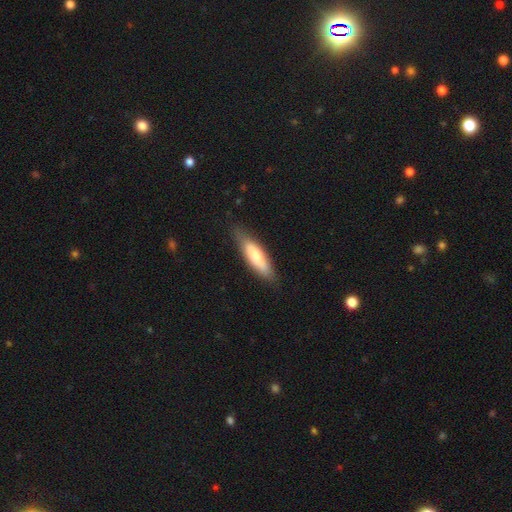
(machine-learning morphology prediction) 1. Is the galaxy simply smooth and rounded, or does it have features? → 73% smooth, 22% featured or disk, 5% star or artifact.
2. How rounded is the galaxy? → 63% cigar-shaped, 36% in between, 1% round.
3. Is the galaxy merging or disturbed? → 80% none, 16% minor disturbance, 3% major disturbance, 1% merger.